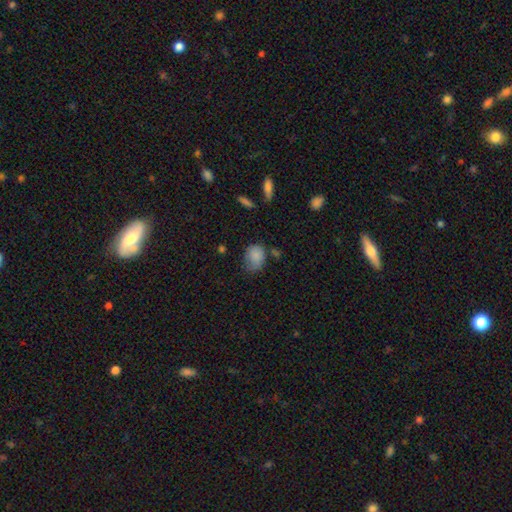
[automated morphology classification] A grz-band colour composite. It shows a smooth galaxy with no disk features (83%) that is in between round and cigar-shaped (58%). Merging: none (44%).